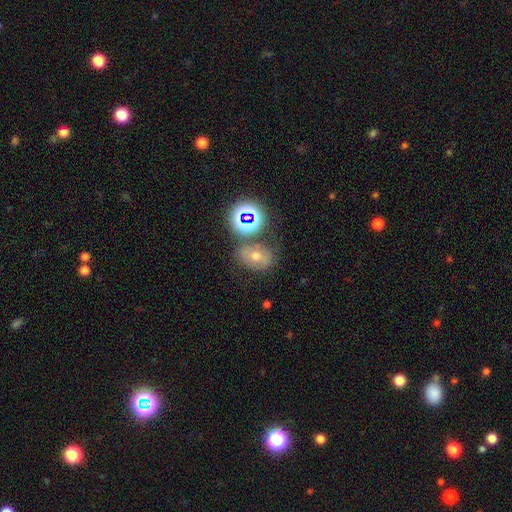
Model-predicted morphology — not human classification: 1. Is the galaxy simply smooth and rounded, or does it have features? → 38% smooth, 34% star or artifact, 28% featured or disk.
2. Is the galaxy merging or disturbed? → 64% none, 15% minor disturbance, 14% merger, 6% major disturbance.